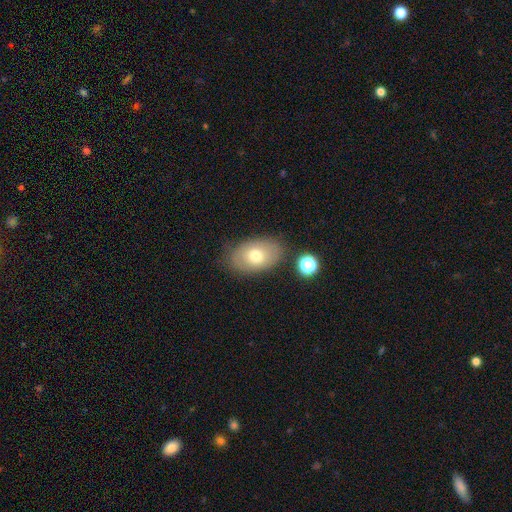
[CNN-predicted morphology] type=smooth (71%); roundness=in between (88%); merging=none (76%).